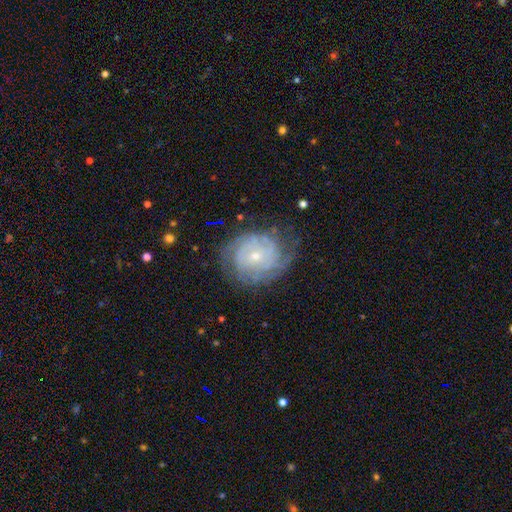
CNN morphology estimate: Overall: featured or disk (79%). Edge-on disk: no (97%). Bar: no (72%). Spiral arms: yes (93%). Spiral arm count: can't tell (43%; 2 17%). Spiral winding: tight (74%). Bulge size: small (72%). Merging: none (69%).